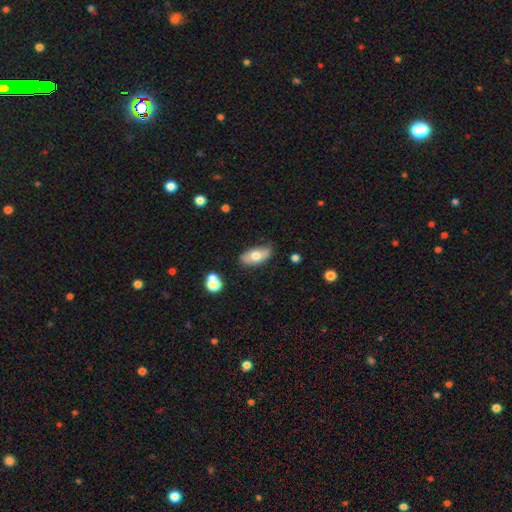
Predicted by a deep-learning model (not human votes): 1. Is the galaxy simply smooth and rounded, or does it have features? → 68% smooth, 25% featured or disk, 7% star or artifact.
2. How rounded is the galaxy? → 91% in between, 5% cigar-shaped, 4% round.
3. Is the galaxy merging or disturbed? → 80% none, 14% minor disturbance, 3% major disturbance, 2% merger.